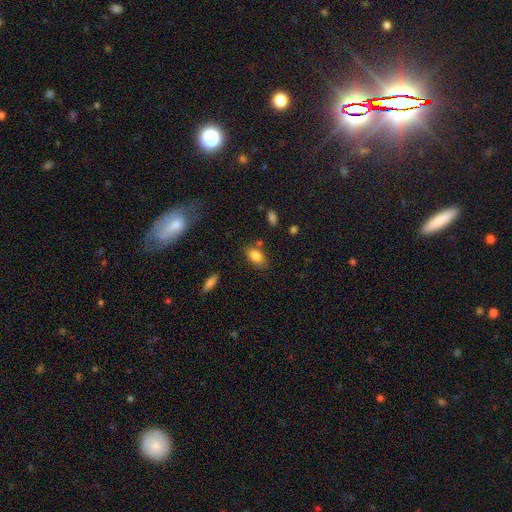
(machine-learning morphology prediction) This is clearly a smooth galaxy (84%). How rounded: clearly in between (89%). Merging: likely none (74%).